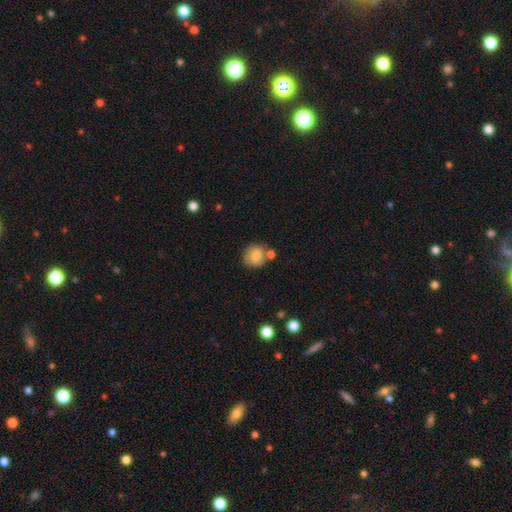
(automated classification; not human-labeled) A smooth galaxy with no disk features (80%) that is round (82%).

Vote fractions:
- Smooth or featured? smooth: 80% / featured or disk: 12% / star or artifact: 8%
- How rounded? round: 82% / in between: 17% / cigar-shaped: 1%
- Merging? none: 62% / merger: 19% / minor disturbance: 15% / major disturbance: 4%